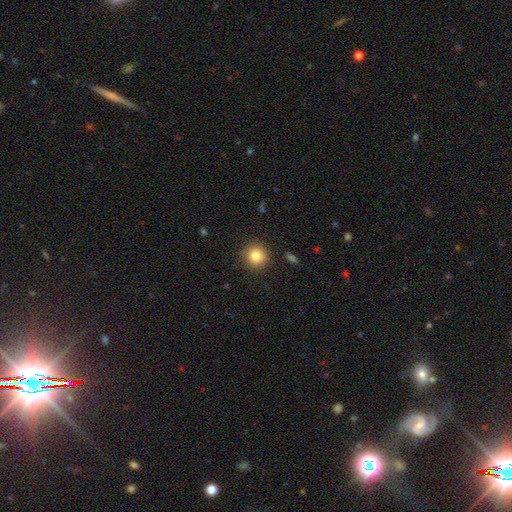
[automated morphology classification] Smooth or featured? Predicted: smooth (p=0.83). How rounded? Predicted: round (p=0.91). Merging? Predicted: none (p=0.89).